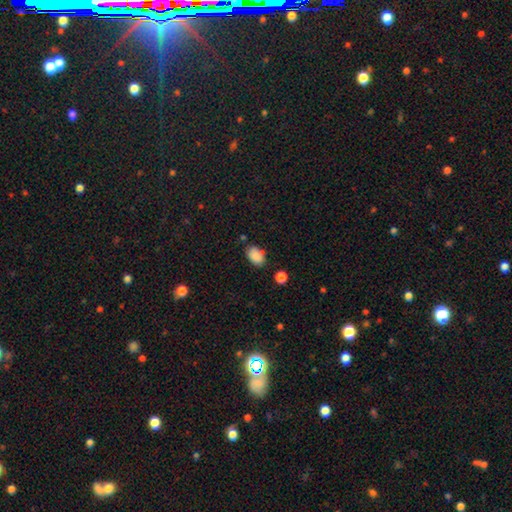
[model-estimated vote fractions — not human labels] This appears to be a smooth galaxy with no disk features (86%) that is in between round and cigar-shaped (81%). Merging: none (70%).